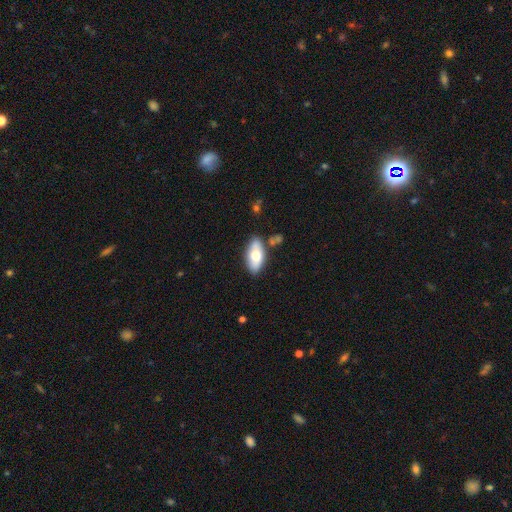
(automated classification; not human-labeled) This is likely a smooth galaxy (67%). How rounded: clearly in between (90%). Merging: likely none (79%).